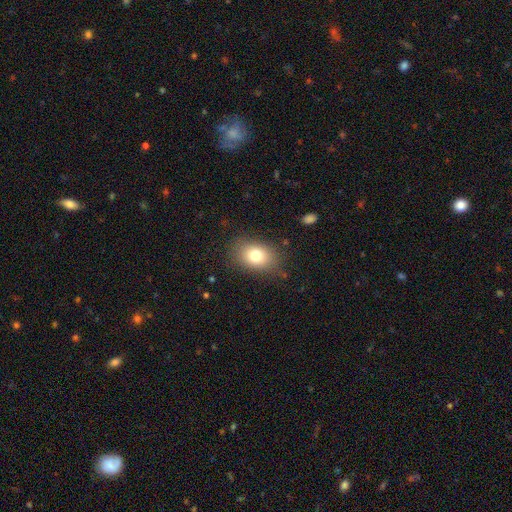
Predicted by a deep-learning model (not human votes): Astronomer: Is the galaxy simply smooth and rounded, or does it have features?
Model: smooth — 78%.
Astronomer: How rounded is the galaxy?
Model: in between — 73%.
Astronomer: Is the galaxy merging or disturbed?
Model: none — 81%.